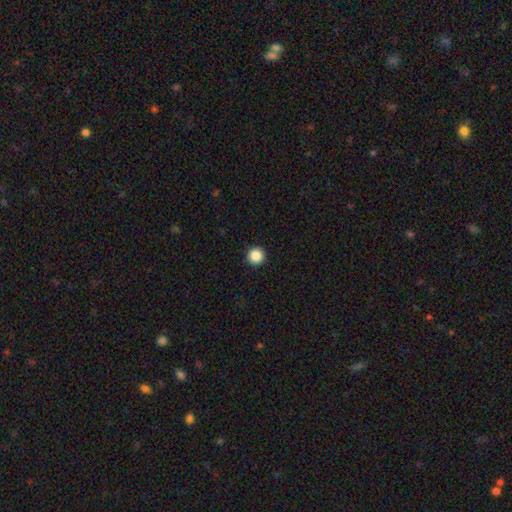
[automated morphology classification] Q: Smooth or featured?
A: smooth (88%); runner-up: star or artifact (10%)
Q: How rounded?
A: round (97%); runner-up: in between (2%)
Q: Merging?
A: none (94%); runner-up: minor disturbance (4%)